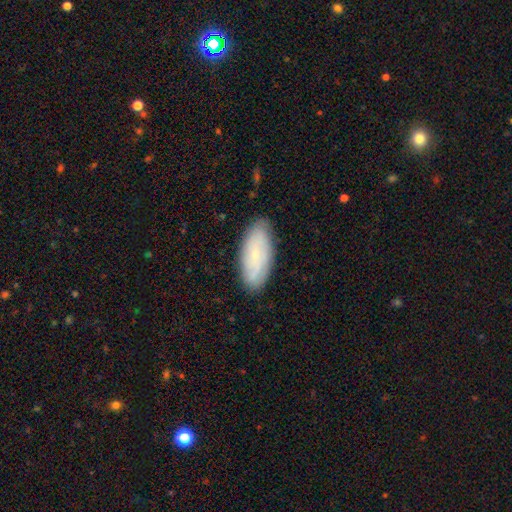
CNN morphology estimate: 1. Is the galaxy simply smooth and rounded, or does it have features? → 54% smooth, 38% featured or disk, 8% star or artifact.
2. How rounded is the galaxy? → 84% in between, 14% cigar-shaped, 2% round.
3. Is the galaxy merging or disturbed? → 83% none, 13% minor disturbance, 3% major disturbance, 1% merger.